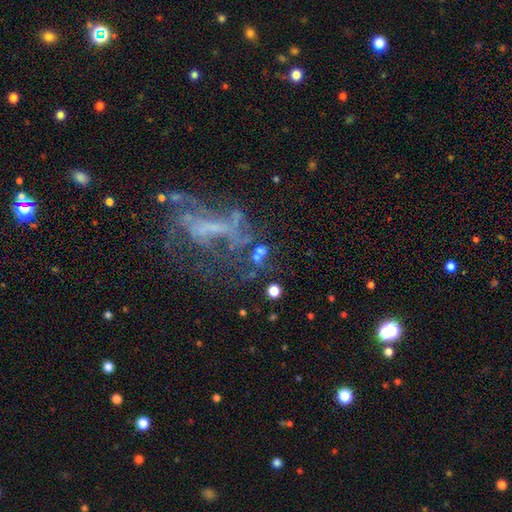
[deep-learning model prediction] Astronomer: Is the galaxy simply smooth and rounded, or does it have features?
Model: featured or disk — 66%.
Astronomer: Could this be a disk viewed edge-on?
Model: no — 95%.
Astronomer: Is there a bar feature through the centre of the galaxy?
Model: no — 52% (runner-up: weak, 28%).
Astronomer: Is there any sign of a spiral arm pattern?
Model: yes — 50%, tied with no at 50%.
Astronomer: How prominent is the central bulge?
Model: none — 65%.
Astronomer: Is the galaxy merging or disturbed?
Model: none — 38%, tied with major disturbance at 38%.